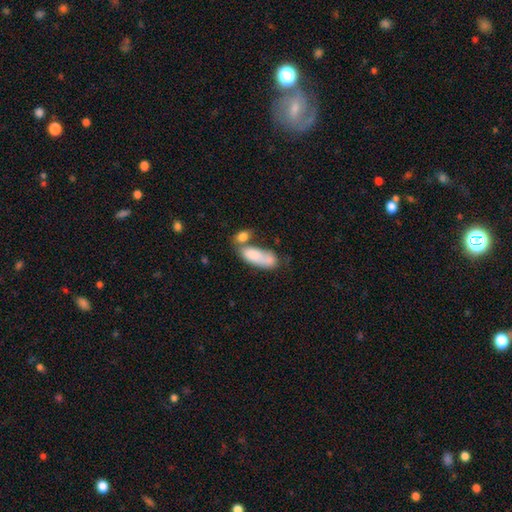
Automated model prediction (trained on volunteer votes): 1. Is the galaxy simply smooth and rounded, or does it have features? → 77% smooth, 16% featured or disk, 7% star or artifact.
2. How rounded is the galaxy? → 76% in between, 21% cigar-shaped, 3% round.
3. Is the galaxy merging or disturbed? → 50% merger, 25% none, 15% minor disturbance, 10% major disturbance.